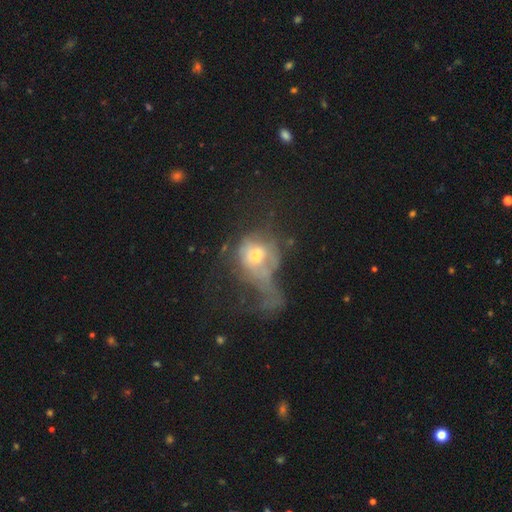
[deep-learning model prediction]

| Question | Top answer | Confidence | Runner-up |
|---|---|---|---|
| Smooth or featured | smooth | 44% | featured or disk (43%) |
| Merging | major disturbance | 61% | merger (15%) |